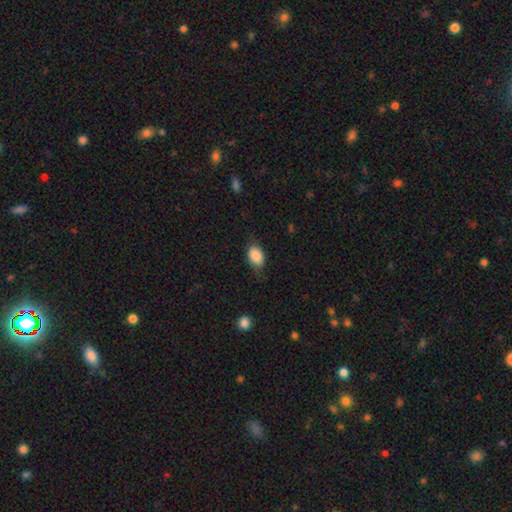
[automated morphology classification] The model was most divided on "merging": none: 71%, minor disturbance: 22%, major disturbance: 6%, merger: 1%. More confident: smooth or featured — smooth (87%); how rounded — in between (86%).